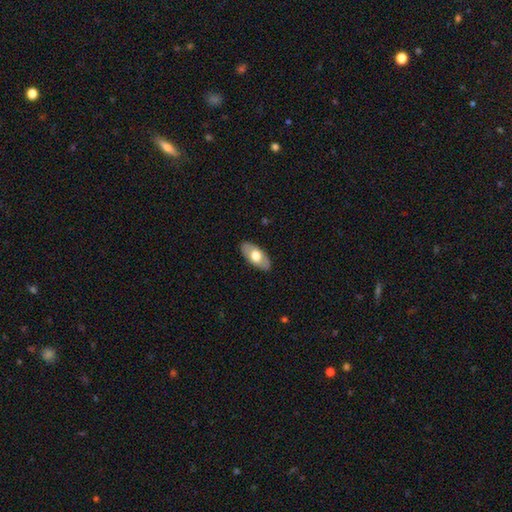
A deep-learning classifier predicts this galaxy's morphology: Smooth or featured: smooth — 61% (featured or disk — 34%)
How rounded: in between — 92% (cigar-shaped — 5%)
Merging: none — 87% (minor disturbance — 10%)